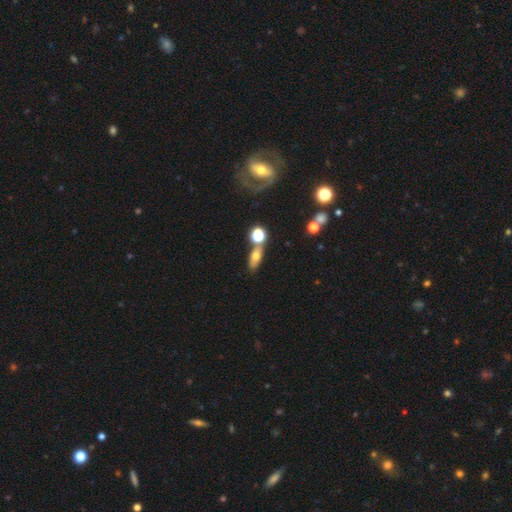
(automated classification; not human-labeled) Smooth or featured? Predicted: smooth (p=0.61). How rounded? Predicted: in between (p=0.62). Merging? Predicted: none (p=0.62).